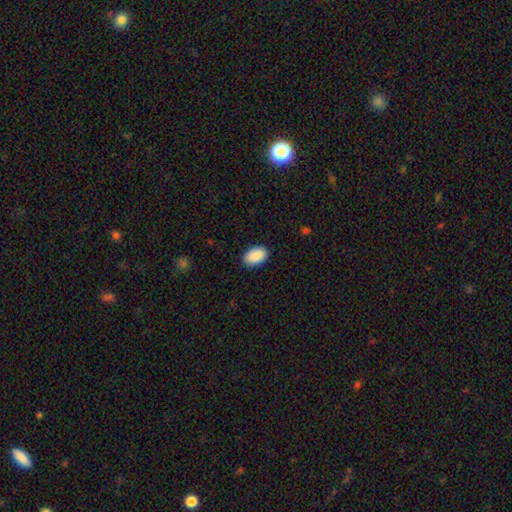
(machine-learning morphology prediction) A smooth galaxy with no disk features (91%) that is in between round and cigar-shaped (91%). Merging: none (88%).